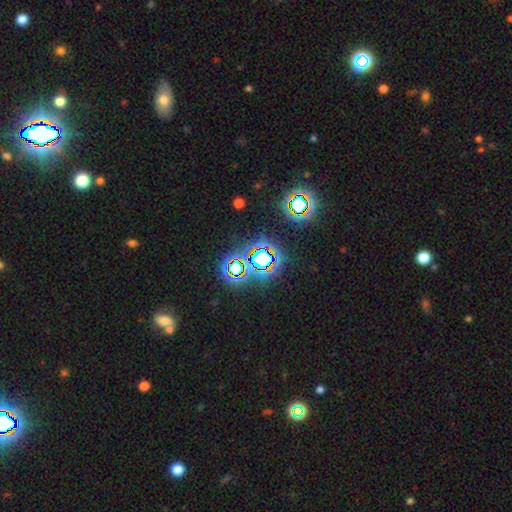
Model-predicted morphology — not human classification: This is likely a star or artifact rather than a galaxy (78%).